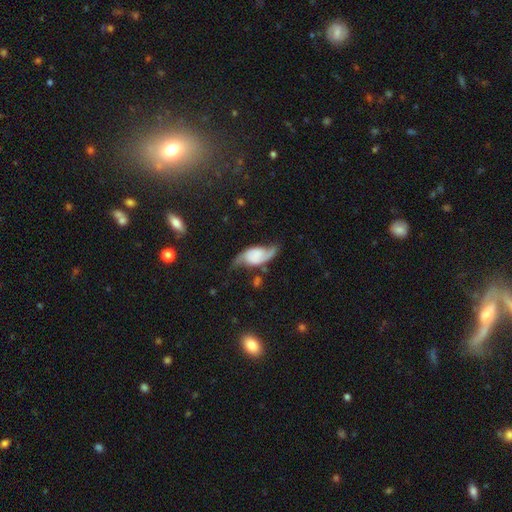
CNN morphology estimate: This appears to be a featured or disk galaxy (74%) with no bar (66%), 2 (91%) loose (62%) spiral arms (94%) and no central bulge (43%). Merging: none (55%).